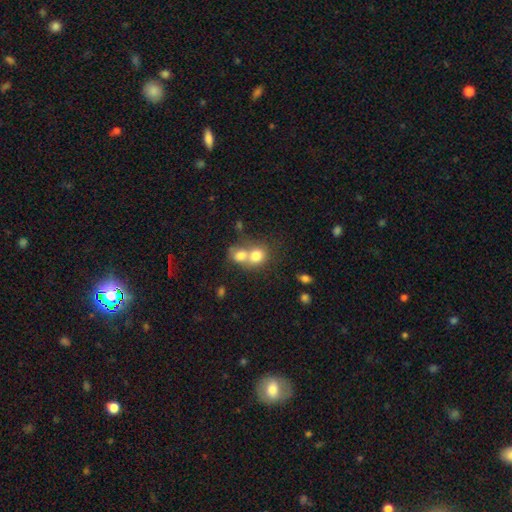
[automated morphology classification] The model was most divided on "how rounded": round: 66%, in between: 33%, cigar-shaped: 1%. More confident: smooth or featured — smooth (75%); merging — merger (67%).